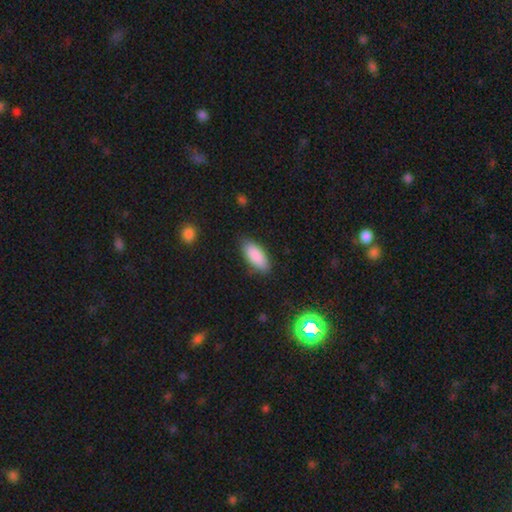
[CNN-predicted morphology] Q: Smooth or featured?
A: smooth (88%); runner-up: star or artifact (7%)
Q: How rounded?
A: in between (84%); runner-up: cigar-shaped (14%)
Q: Merging?
A: none (83%); runner-up: minor disturbance (13%)